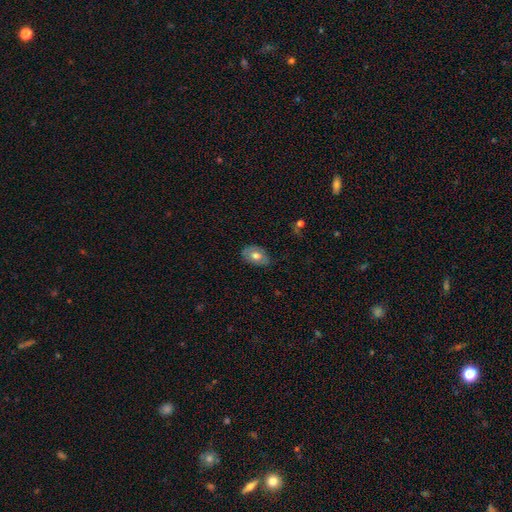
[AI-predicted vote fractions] Overall: smooth (68%). How rounded: in between (85%). Merging: none (79%).